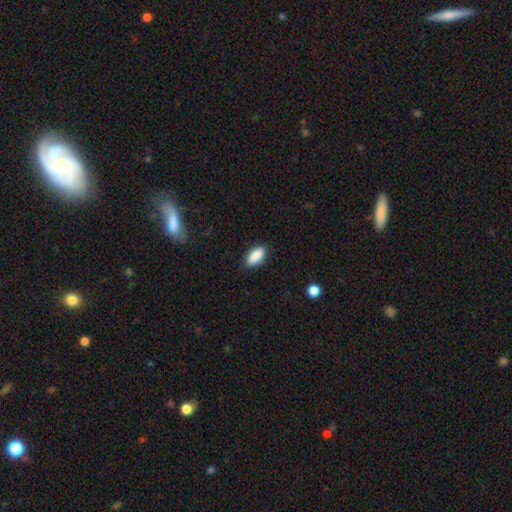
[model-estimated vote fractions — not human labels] Q: Smooth or featured?
A: smooth (87%); runner-up: star or artifact (7%)
Q: How rounded?
A: in between (85%); runner-up: cigar-shaped (12%)
Q: Merging?
A: none (86%); runner-up: minor disturbance (10%)